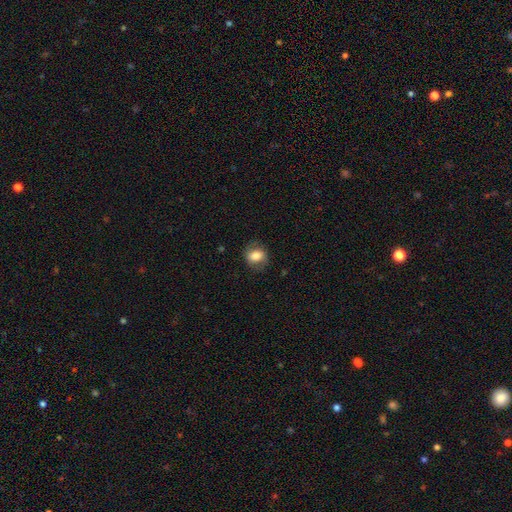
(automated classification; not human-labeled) The model was most divided on "how rounded": in between: 53%, round: 46%, cigar-shaped: 1%. More confident: merging — none (75%); smooth or featured — smooth (75%).